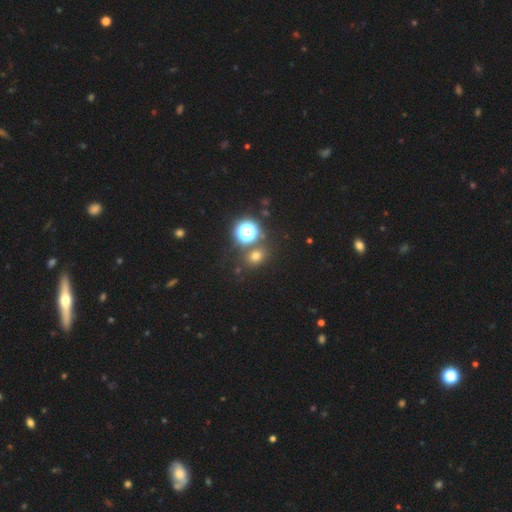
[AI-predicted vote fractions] This appears to be a smooth galaxy with no disk features (63%) that is round (67%). Merging: none (78%).